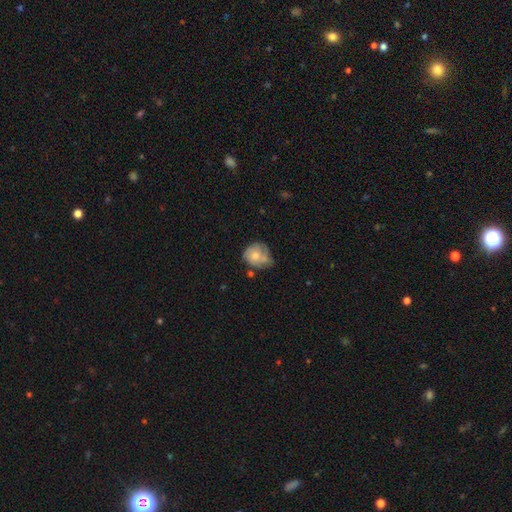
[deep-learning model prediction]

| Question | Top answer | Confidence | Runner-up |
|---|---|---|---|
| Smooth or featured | smooth | 55% | featured or disk (37%) |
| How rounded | round | 64% | in between (35%) |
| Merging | none | 41% | minor disturbance (36%) |